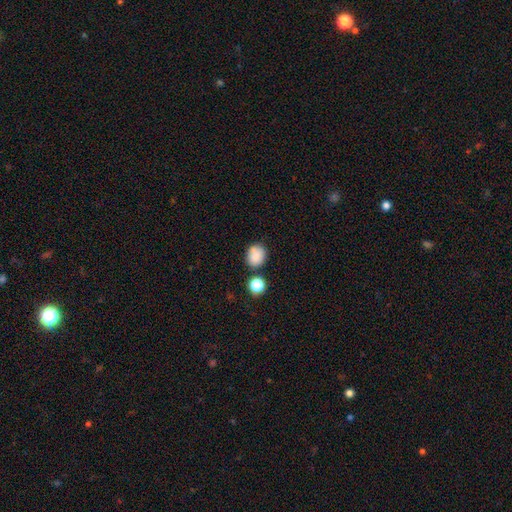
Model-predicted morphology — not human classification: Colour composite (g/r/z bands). It shows a smooth galaxy with no disk features (84%) that is round (60%). Merging: none (69%).